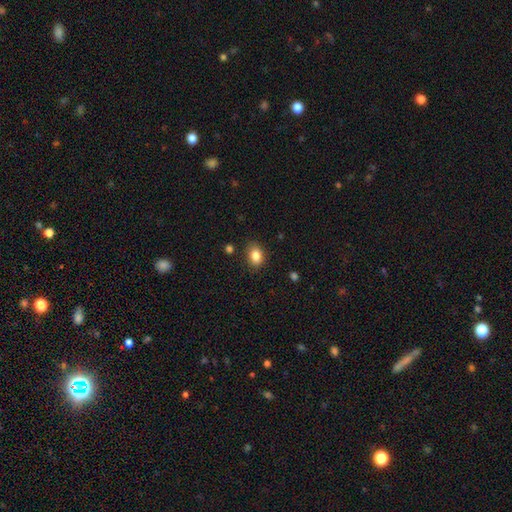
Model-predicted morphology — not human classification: This appears to be a smooth galaxy with no disk features (85%) that is in between round and cigar-shaped (72%). Merging: none (83%).